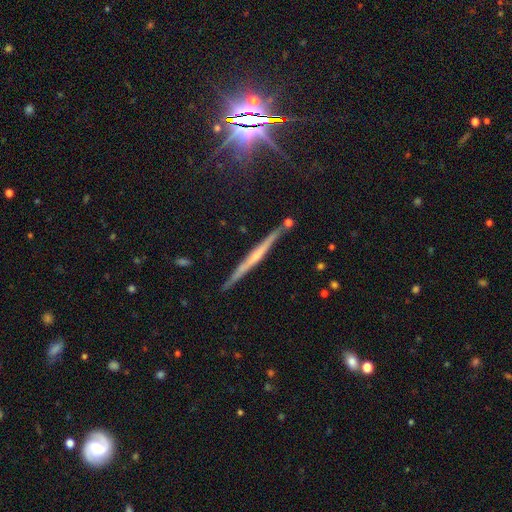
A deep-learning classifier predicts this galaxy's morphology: Overall: featured or disk (69%). Edge-on disk: yes (98%). Edge-on bulge: none (45%, tied with rounded). Merging: none (88%).